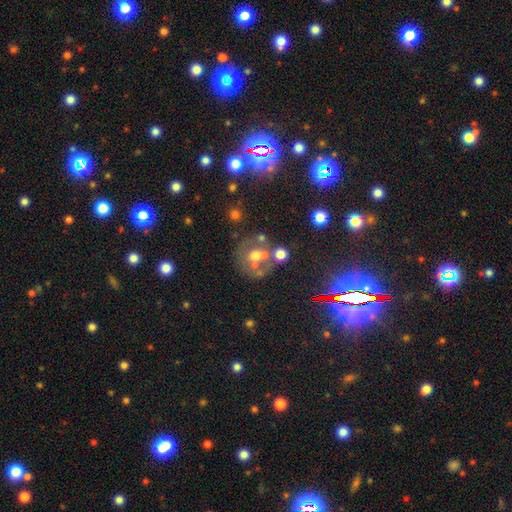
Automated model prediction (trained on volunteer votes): Morphology: type=smooth (43%); merging=none (48%).